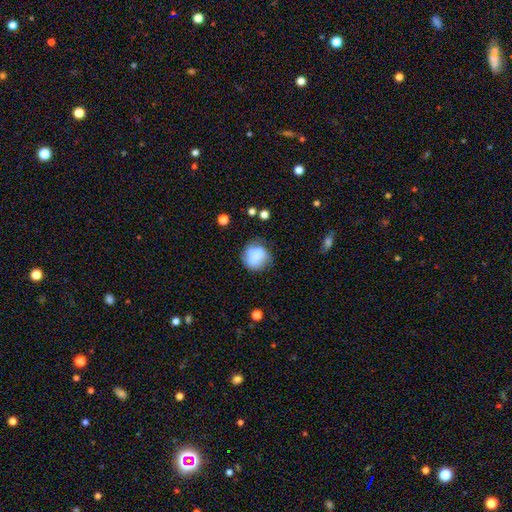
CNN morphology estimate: Smooth or featured? smooth (73%)
How rounded? round (80%)
Merging? none (56%)